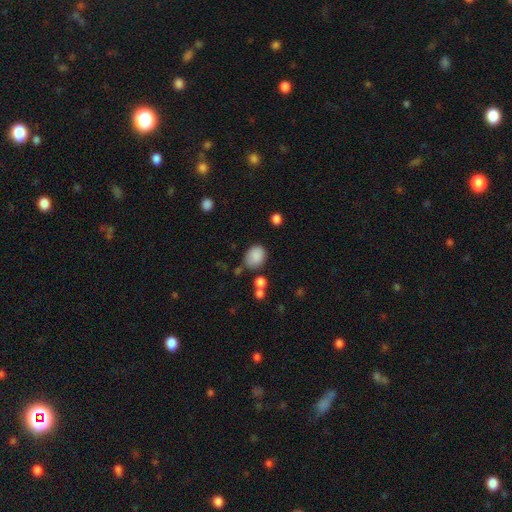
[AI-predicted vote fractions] A smooth galaxy with no disk features (86%) that is in between round and cigar-shaped (58%). Merging: none (68%).